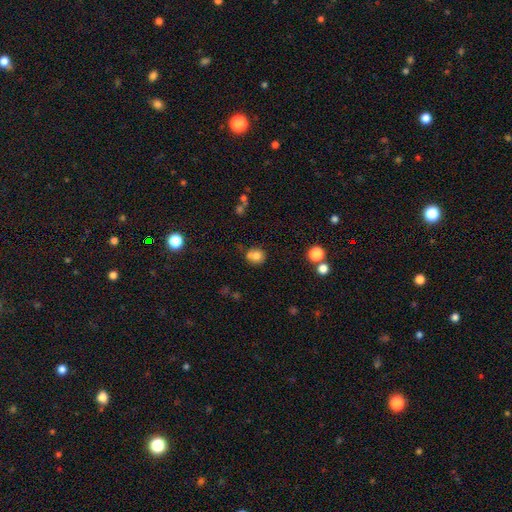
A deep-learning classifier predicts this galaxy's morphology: The model was most divided on "merging": none: 59%, merger: 21%, minor disturbance: 15%, major disturbance: 5%. More confident: how rounded — round (78%); smooth or featured — smooth (78%).